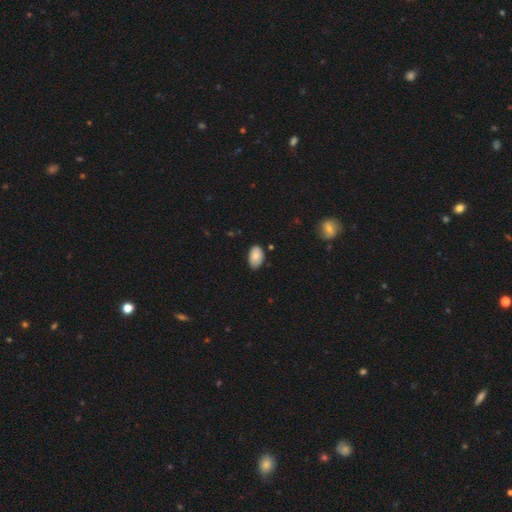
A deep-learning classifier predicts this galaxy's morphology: The model was most divided on "merging": none: 76%, minor disturbance: 20%, major disturbance: 3%, merger: 2%. More confident: how rounded — in between (92%); smooth or featured — smooth (82%).